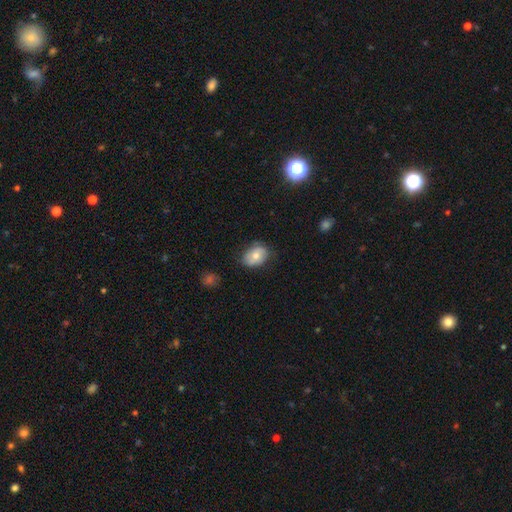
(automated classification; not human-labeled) This appears to be a smooth galaxy with no disk features (70%) that is in between round and cigar-shaped (70%). Merging: none (66%).